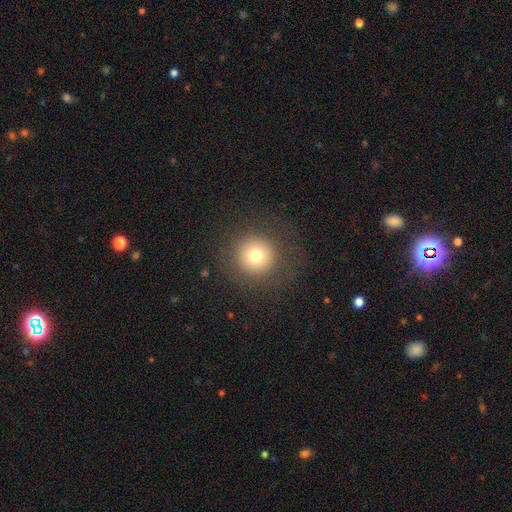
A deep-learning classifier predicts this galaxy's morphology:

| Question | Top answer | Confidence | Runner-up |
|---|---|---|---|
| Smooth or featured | smooth | 75% | star or artifact (13%) |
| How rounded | round | 95% | in between (4%) |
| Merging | none | 84% | minor disturbance (9%) |